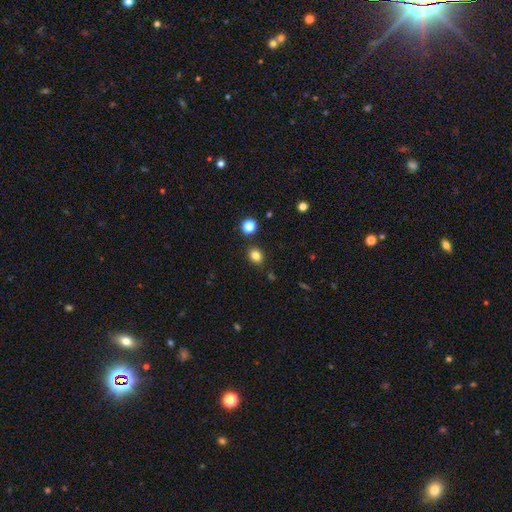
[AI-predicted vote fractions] Morphology: type=smooth (82%); roundness=round (60%); merging=none (84%).